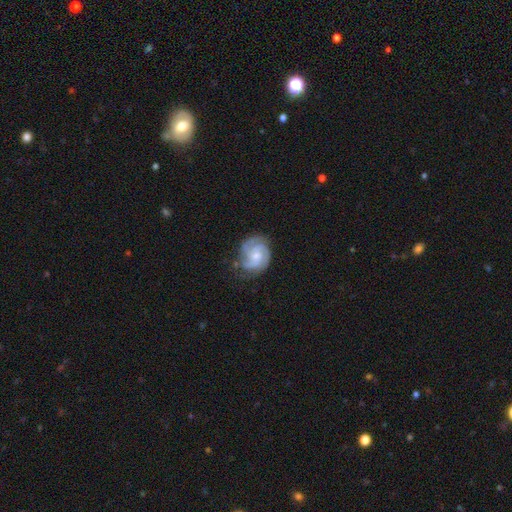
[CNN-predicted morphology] type=featured or disk (87%); edge-on=no (98%); bar=no (63%); spiral arms=yes (98%); winding=tight (57%); arm count=3 (54%); bulge=small (49%); merging=none (74%).